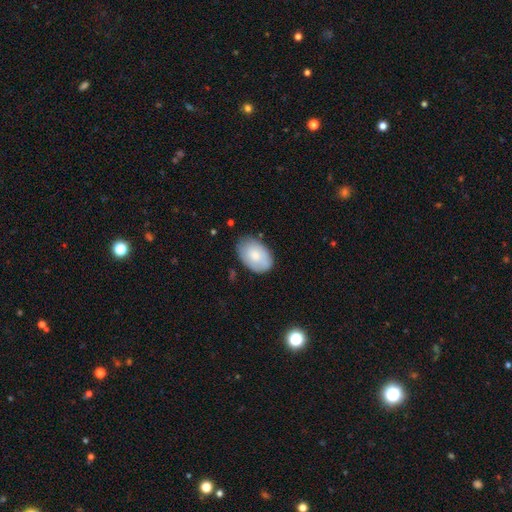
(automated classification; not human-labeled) Smooth or featured?
  - smooth: 75% *
  - featured or disk: 19%
  - star or artifact: 6%
How rounded?
  - in between: 90% *
  - round: 9%
  - cigar-shaped: 1%
Merging?
  - none: 75% *
  - minor disturbance: 19%
  - major disturbance: 4%
  - merger: 2%